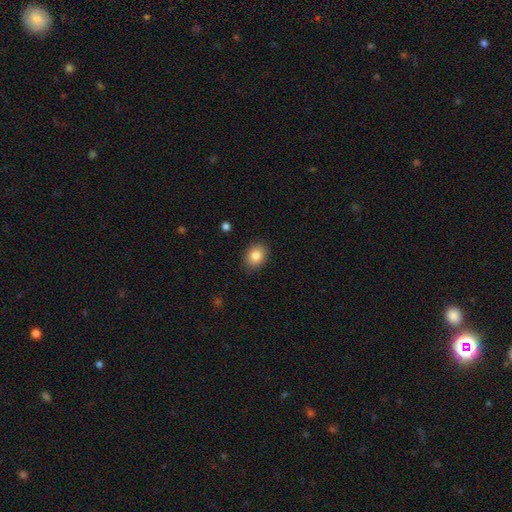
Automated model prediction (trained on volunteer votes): Q: Smooth or featured?
A: smooth (84%); runner-up: star or artifact (9%)
Q: How rounded?
A: in between (57%); runner-up: round (42%)
Q: Merging?
A: none (87%); runner-up: minor disturbance (10%)